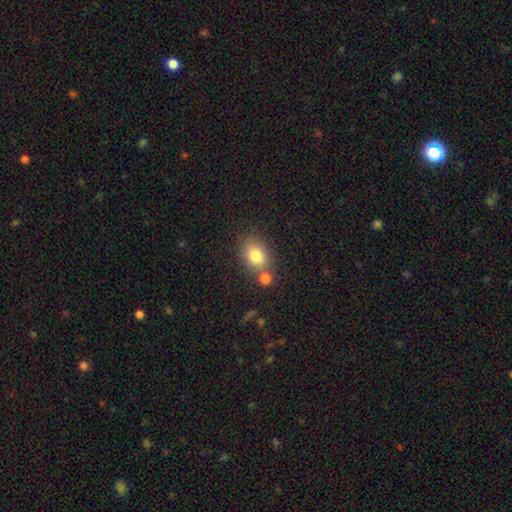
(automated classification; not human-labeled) Smooth or featured? smooth (80%)
How rounded? in between (62%)
Merging? none (64%)